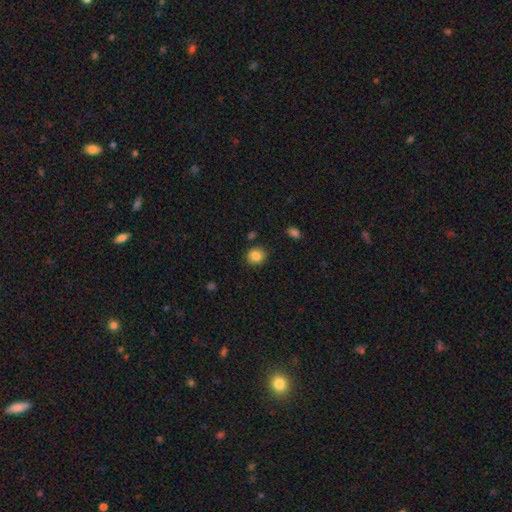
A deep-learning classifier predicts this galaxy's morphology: type=smooth (86%); roundness=round (83%); merging=none (84%).